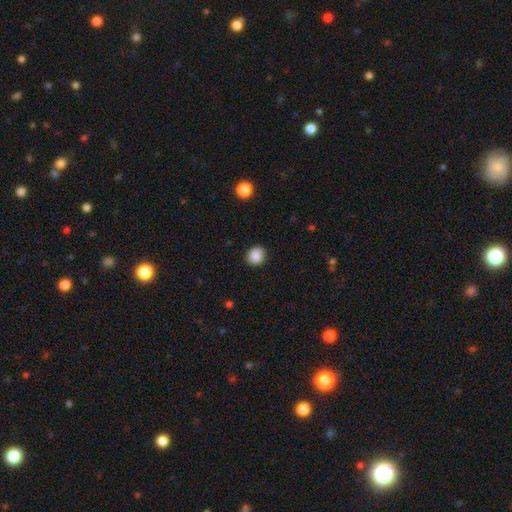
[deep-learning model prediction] smooth_or_featured: smooth (p=0.87) [alt: star or artifact p=0.09]
how_rounded: round (p=0.80) [alt: in between p=0.19]
merging: none (p=0.85) [alt: minor disturbance p=0.12]